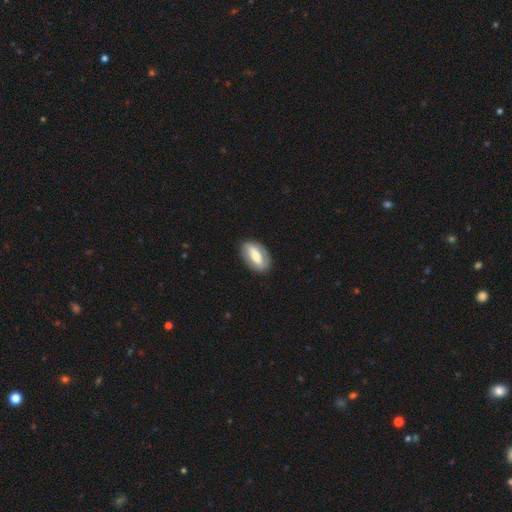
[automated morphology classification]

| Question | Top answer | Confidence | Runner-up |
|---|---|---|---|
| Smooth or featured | featured or disk | 56% | smooth (38%) |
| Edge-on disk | no | 90% | yes (10%) |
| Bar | strong | 51% | weak (30%) |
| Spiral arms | yes | 69% | no (31%) |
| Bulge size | moderate | 52% | small (27%) |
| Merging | none | 82% | minor disturbance (13%) |